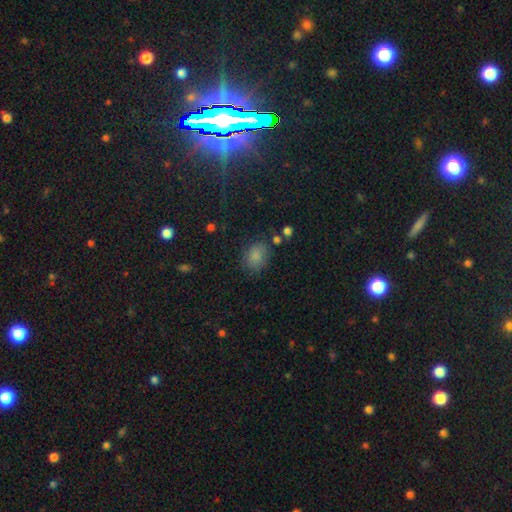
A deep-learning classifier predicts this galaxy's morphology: Smooth or featured: smooth — 80% (star or artifact — 13%)
How rounded: in between — 56% (round — 43%)
Merging: none — 75% (minor disturbance — 16%)